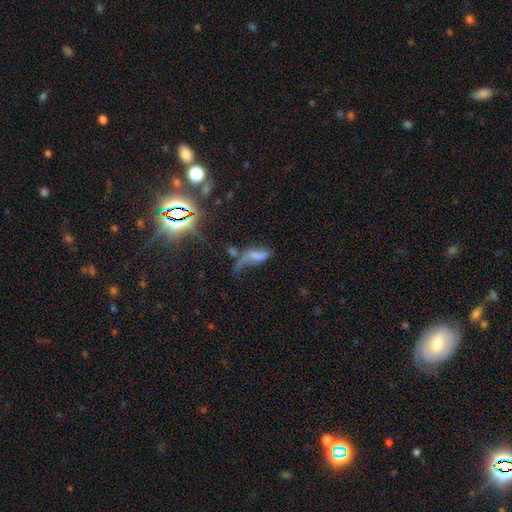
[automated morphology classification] Smooth or featured? Predicted: smooth (p=0.47). Merging? Predicted: major disturbance (p=0.39).